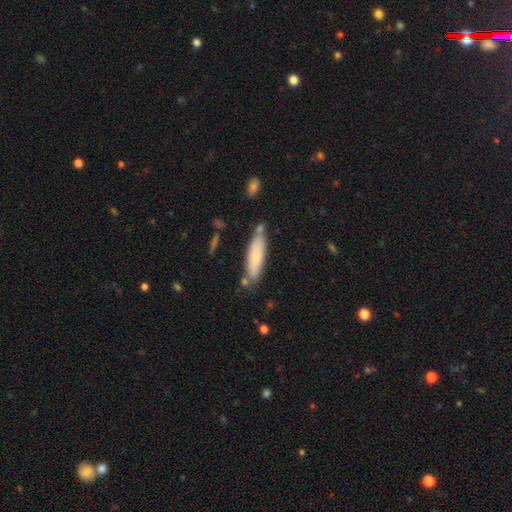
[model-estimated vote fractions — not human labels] The model was most divided on "how rounded": cigar-shaped: 65%, in between: 33%, round: 2%. More confident: merging — none (74%); smooth or featured — smooth (68%).